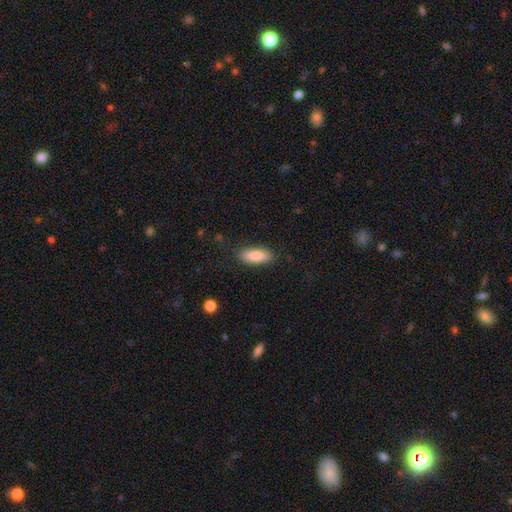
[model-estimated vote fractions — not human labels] A smooth galaxy with no disk features (84%) that is in between round and cigar-shaped (65%).

Vote fractions:
- Smooth or featured? smooth: 84% / featured or disk: 10% / star or artifact: 6%
- How rounded? in between: 65% / cigar-shaped: 33% / round: 2%
- Merging? none: 86% / minor disturbance: 10% / major disturbance: 3% / merger: 1%